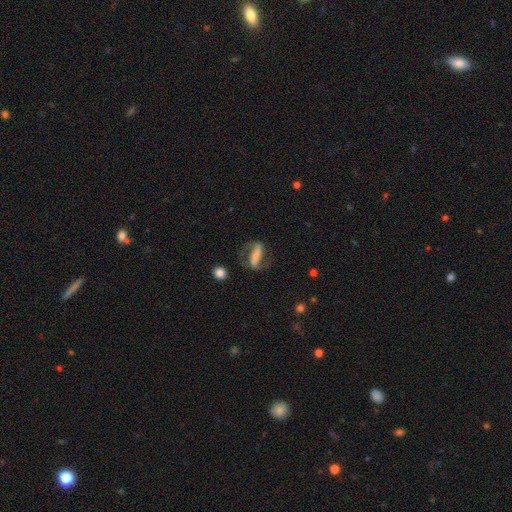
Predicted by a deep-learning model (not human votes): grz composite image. It shows a featured or disk galaxy (63%) with a strong bar (65%), spiral arms (85%) and no central bulge (56%). Merging: none (60%).